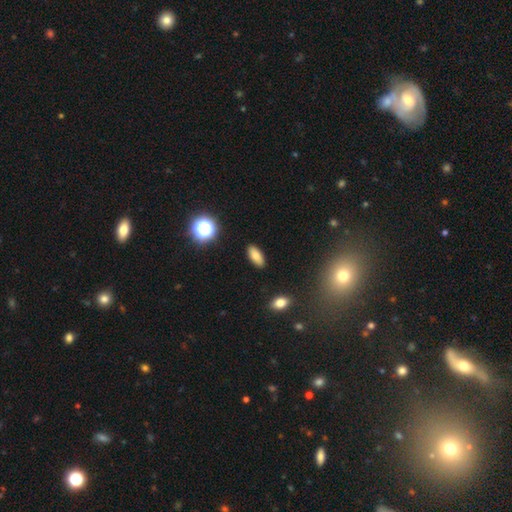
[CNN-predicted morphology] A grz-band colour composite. It shows a smooth galaxy with no disk features (79%) that is in between round and cigar-shaped (82%). Merging: none (89%).